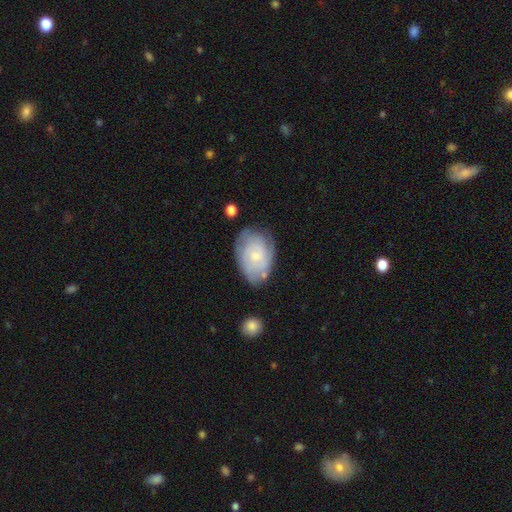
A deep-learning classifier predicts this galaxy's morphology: type=featured or disk (51%); edge-on=no (96%); merging=none (64%).